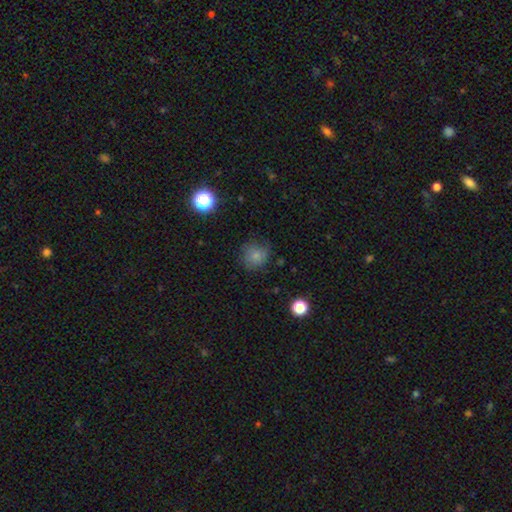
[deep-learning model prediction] smooth-or-featured: smooth: 77% | star or artifact: 13% | featured or disk: 10%
  how-rounded: round: 84% | in between: 16% | cigar-shaped: 1%
  merging: none: 68% | minor disturbance: 22% | major disturbance: 8% | merger: 2%